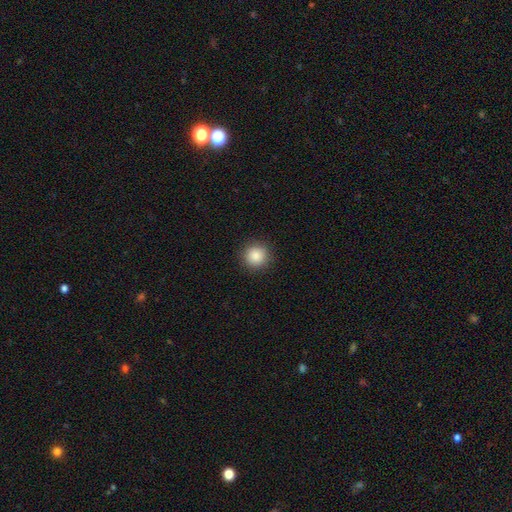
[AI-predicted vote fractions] This is clearly a smooth galaxy (87%). How rounded: clearly round (94%). Merging: clearly none (91%).